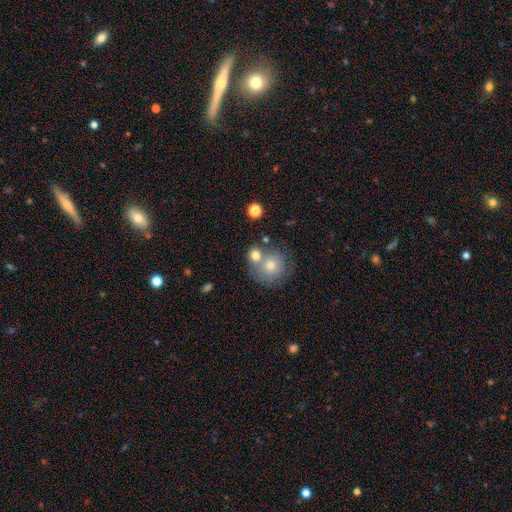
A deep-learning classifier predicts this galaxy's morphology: Smooth or featured? smooth (74%)
How rounded? round (84%)
Merging? none (47%)